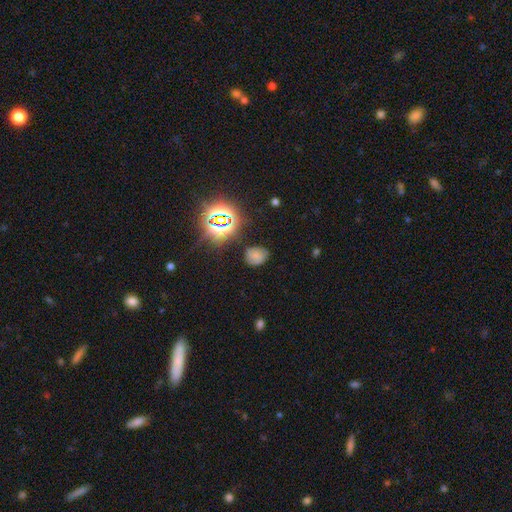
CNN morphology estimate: This is likely a smooth galaxy (60%). How rounded: possibly round (52%). Merging: likely none (73%).